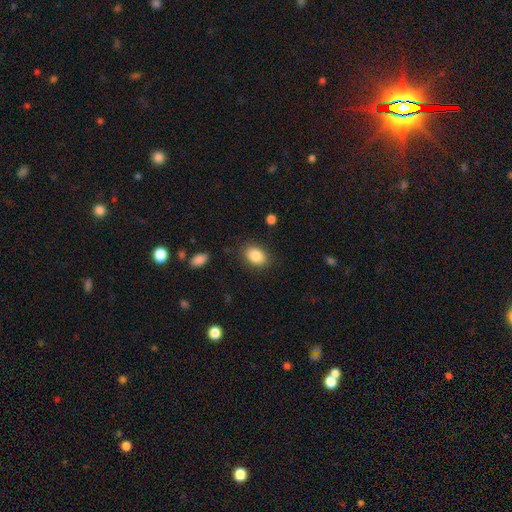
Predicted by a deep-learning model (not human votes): Smooth or featured? smooth (86%)
How rounded? in between (76%)
Merging? none (84%)